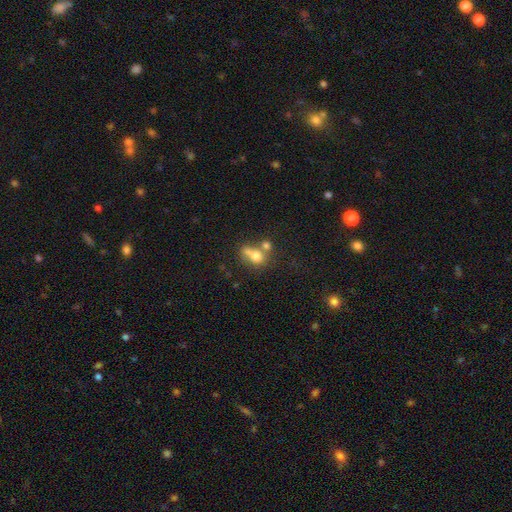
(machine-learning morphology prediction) A smooth galaxy with no disk features (69%) that is round (54%). Merging: merger (52%).